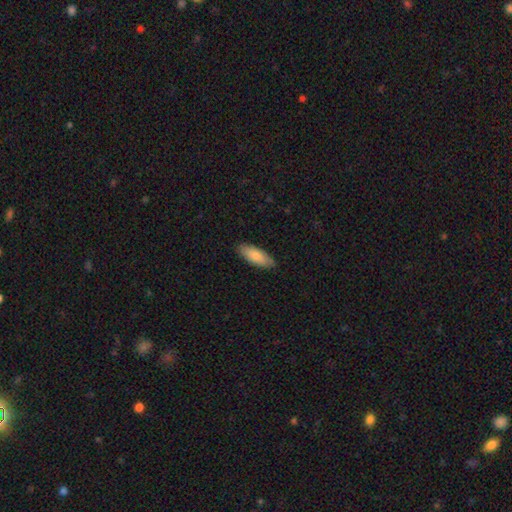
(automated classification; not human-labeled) smooth-or-featured: smooth: 80% | featured or disk: 14% | star or artifact: 5%
  how-rounded: in between: 72% | cigar-shaped: 26% | round: 2%
  merging: none: 86% | minor disturbance: 11% | major disturbance: 2% | merger: 1%